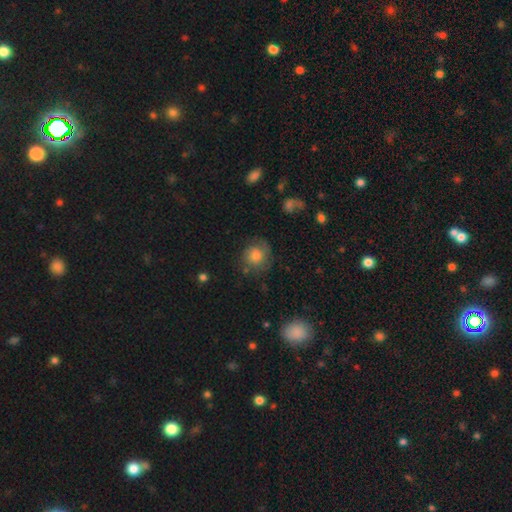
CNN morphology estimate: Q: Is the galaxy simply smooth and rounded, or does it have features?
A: smooth — 63%.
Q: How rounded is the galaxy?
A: round — 84%.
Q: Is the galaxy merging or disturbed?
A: none — 65%.